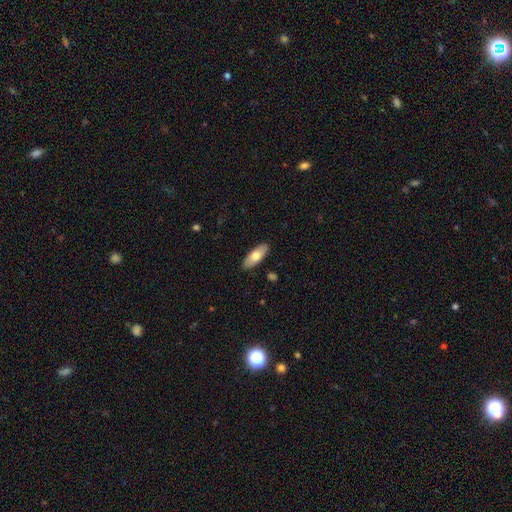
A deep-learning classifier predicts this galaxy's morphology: A smooth galaxy with no disk features (70%) that is in between round and cigar-shaped (75%). Merging: none (89%).